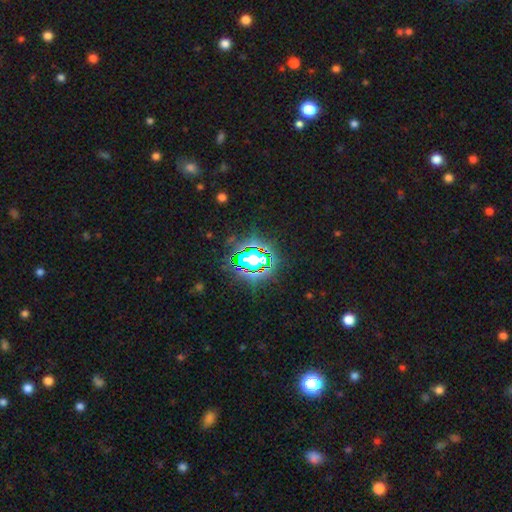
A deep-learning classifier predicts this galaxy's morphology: smooth-or-featured: star or artifact: 77% | smooth: 14% | featured or disk: 9%